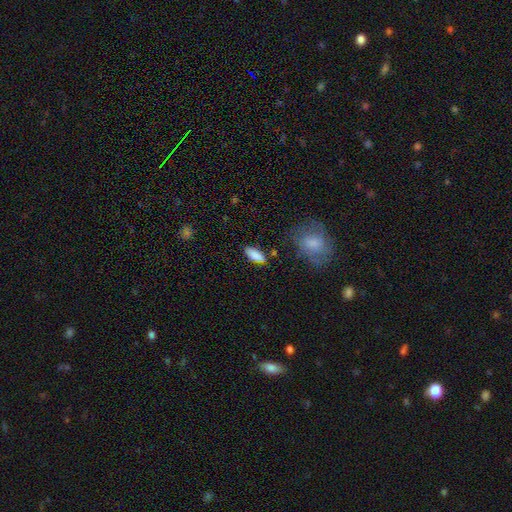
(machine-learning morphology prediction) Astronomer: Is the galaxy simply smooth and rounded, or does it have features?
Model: smooth — 87%.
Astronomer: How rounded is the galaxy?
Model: in between — 80%.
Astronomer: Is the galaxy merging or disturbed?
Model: none — 78%.